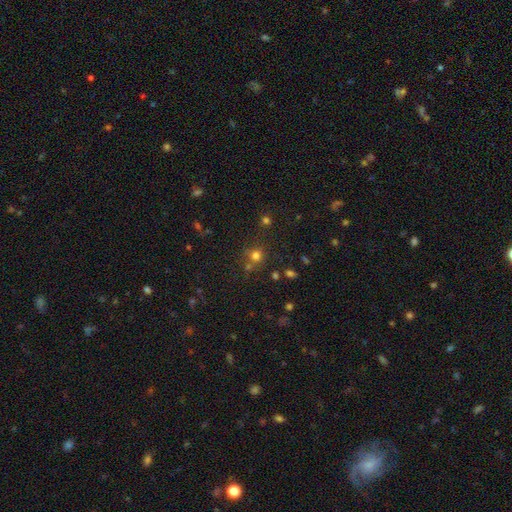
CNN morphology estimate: A smooth galaxy with no disk features (71%) that is round (89%). Merging: none (70%).